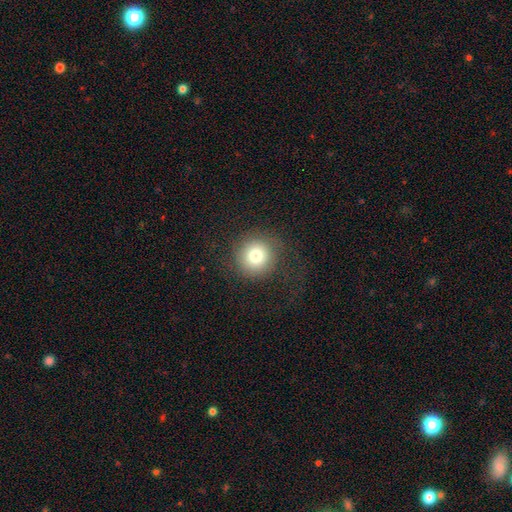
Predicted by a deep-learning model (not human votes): smooth-or-featured: smooth: 77% | star or artifact: 12% | featured or disk: 11%
  how-rounded: round: 93% | in between: 6% | cigar-shaped: 1%
  merging: none: 83% | minor disturbance: 9% | major disturbance: 7% | merger: 1%